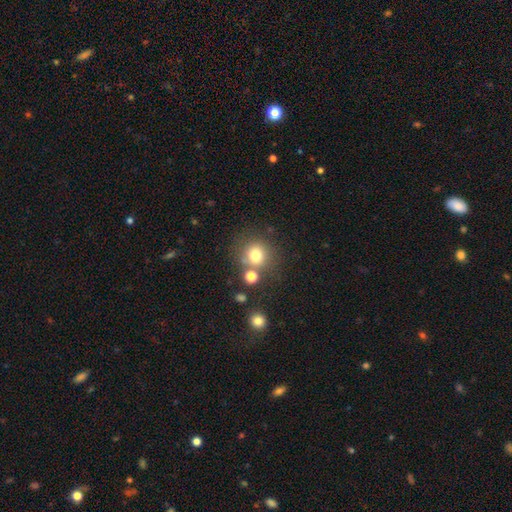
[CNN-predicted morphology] This is likely a smooth galaxy (76%). How rounded: clearly round (88%). Merging: likely none (71%).